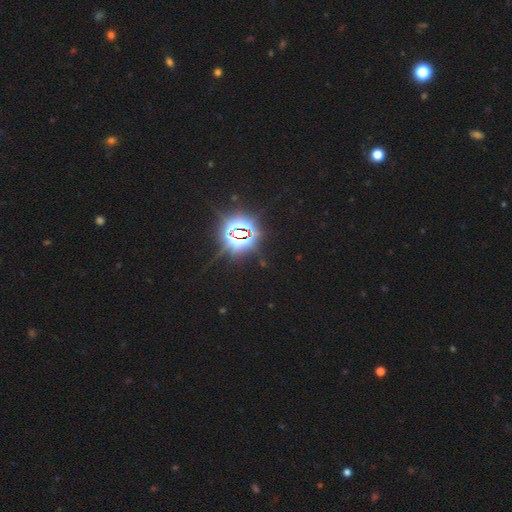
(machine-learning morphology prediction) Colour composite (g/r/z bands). It shows a star or artifact, not a galaxy (86%).